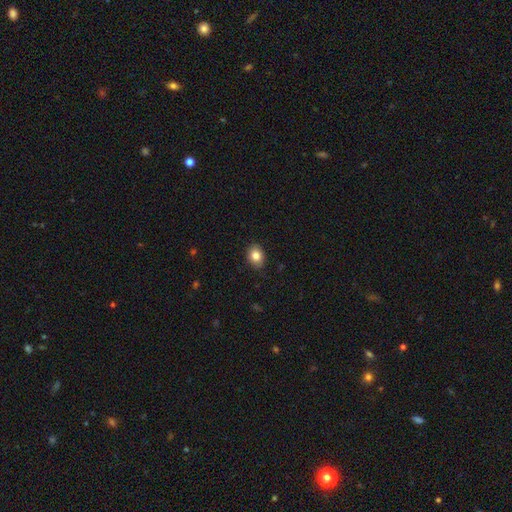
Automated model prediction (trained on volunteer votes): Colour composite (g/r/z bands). It shows a smooth galaxy with no disk features (84%) that is in between round and cigar-shaped (62%). Merging: none (86%).